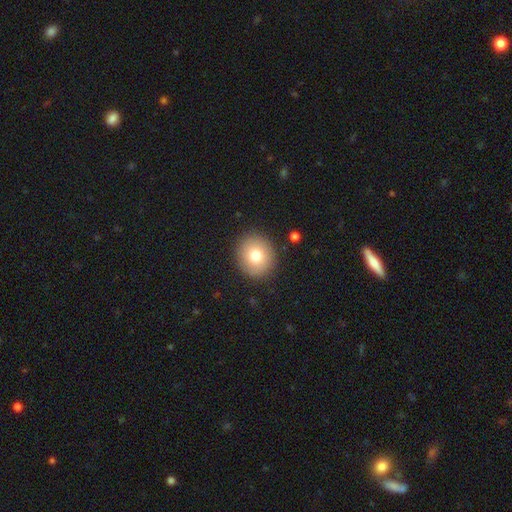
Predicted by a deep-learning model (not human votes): This is likely a smooth galaxy (78%). How rounded: clearly round (82%). Merging: clearly none (89%).